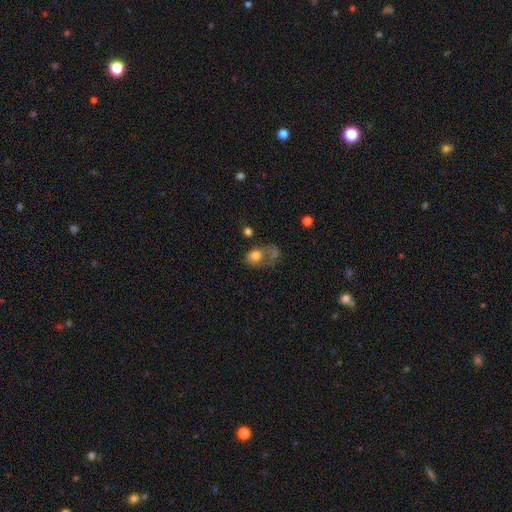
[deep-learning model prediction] smooth_or_featured: smooth (p=0.70) [alt: featured or disk p=0.21]
how_rounded: in between (p=0.62) [alt: round p=0.36]
merging: major disturbance (p=0.37) [alt: merger p=0.22]